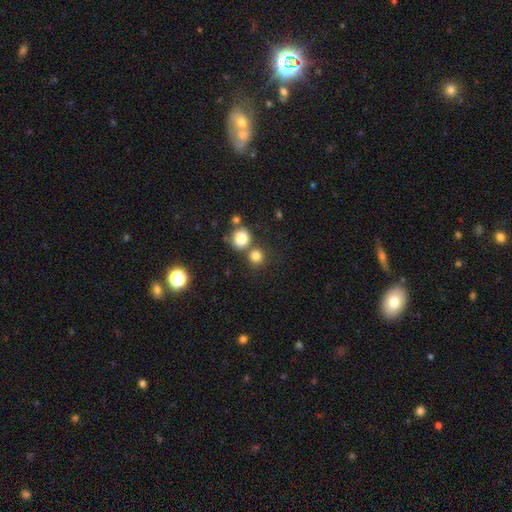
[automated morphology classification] Smooth or featured: smooth — 78% (star or artifact — 14%)
How rounded: round — 86% (in between — 13%)
Merging: none — 62% (merger — 26%)